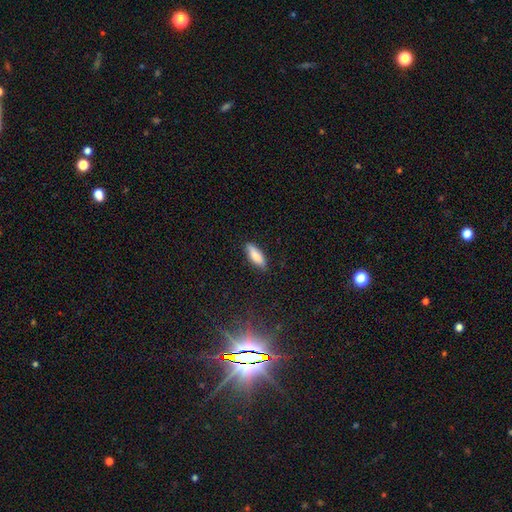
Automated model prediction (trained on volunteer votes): Smooth or featured? smooth (83%)
How rounded? in between (57%)
Merging? none (86%)